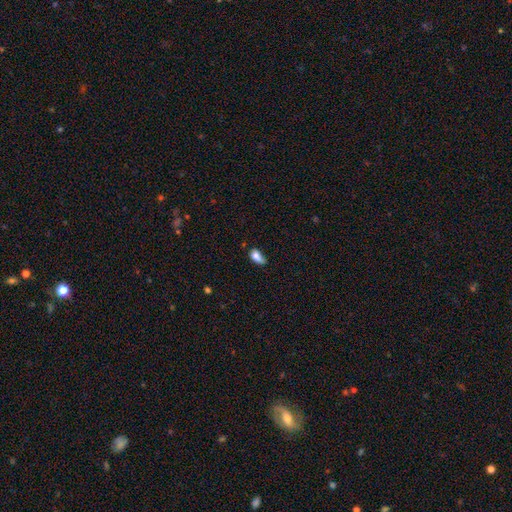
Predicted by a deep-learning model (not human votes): Q: Smooth or featured?
A: smooth (76%); runner-up: featured or disk (15%)
Q: How rounded?
A: in between (84%); runner-up: round (10%)
Q: Merging?
A: minor disturbance (35%); runner-up: none (33%)